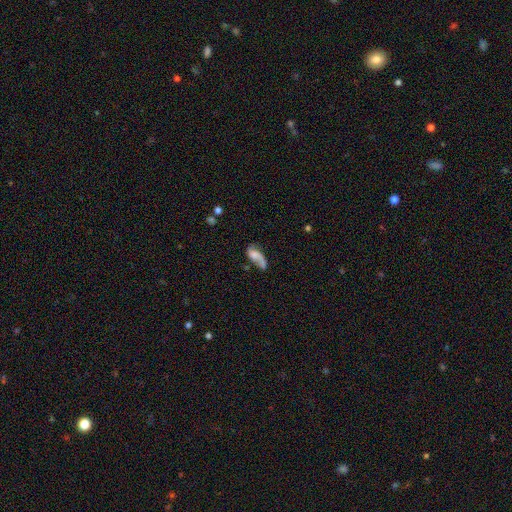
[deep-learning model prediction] Smooth or featured: featured or disk — 57% (smooth — 34%)
Edge-on disk: no — 95% (yes — 5%)
Bar: no — 64% (weak — 29%)
Spiral arms: yes — 83% (no — 17%)
Bulge size: none — 35% (small — 27%)
Merging: none — 36% (major disturbance — 29%)